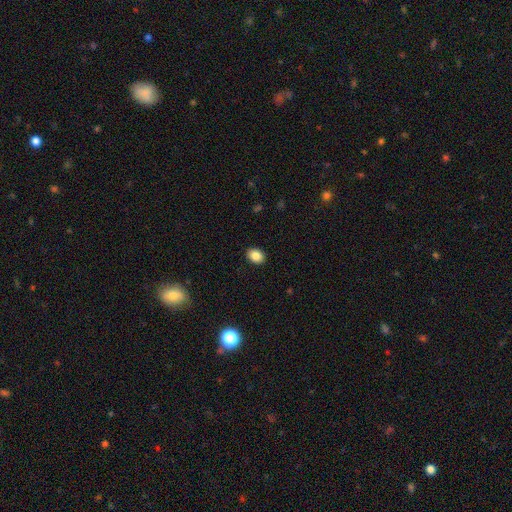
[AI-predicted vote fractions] A smooth galaxy with no disk features (86%) that is in between round and cigar-shaped (67%). Merging: none (91%).